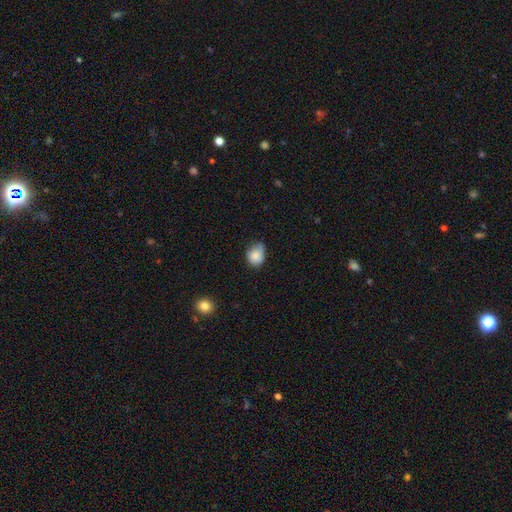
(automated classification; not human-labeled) Smooth or featured? Predicted: smooth (p=0.85). How rounded? Predicted: round (p=0.50). Merging? Predicted: none (p=0.50).